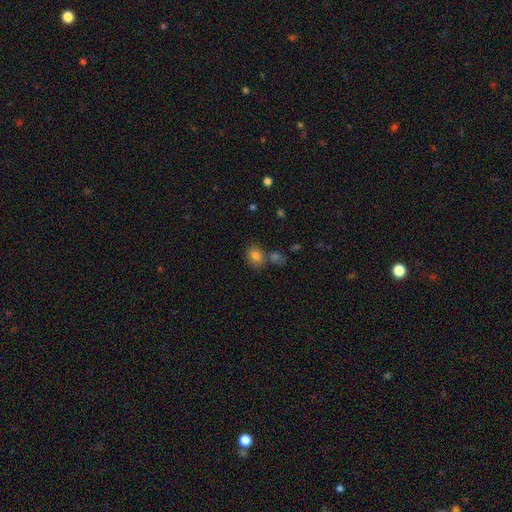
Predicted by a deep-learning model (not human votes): Smooth or featured? Predicted: smooth (p=0.80). How rounded? Predicted: in between (p=0.51). Merging? Predicted: none (p=0.64).